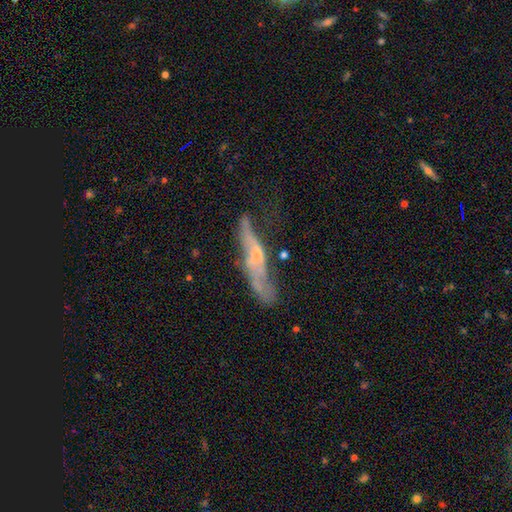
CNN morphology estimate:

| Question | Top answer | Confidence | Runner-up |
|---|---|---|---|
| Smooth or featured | featured or disk | 62% | smooth (29%) |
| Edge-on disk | yes | 59% | no (41%) |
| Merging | none | 44% | minor disturbance (25%) |